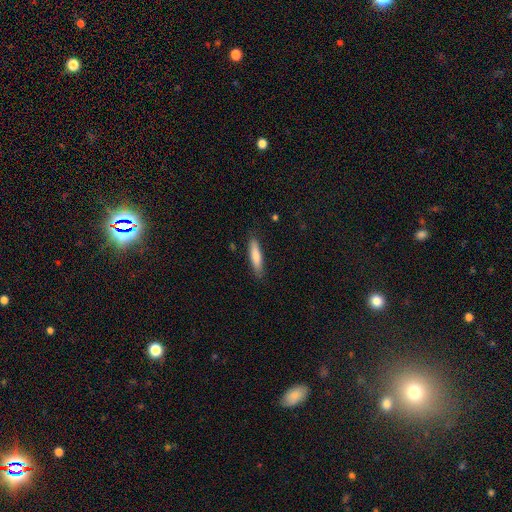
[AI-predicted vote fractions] A smooth galaxy with no disk features (79%) that is cigar-shaped (80%). Merging: none (86%).